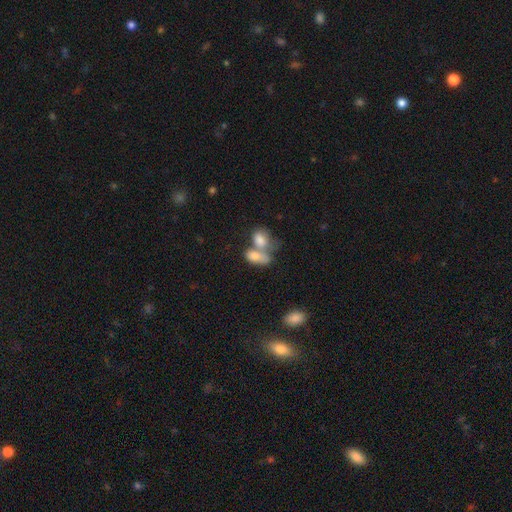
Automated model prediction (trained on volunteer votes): This appears to be a smooth galaxy with no disk features (78%) that is in between round and cigar-shaped (86%). Merging: merger (65%).